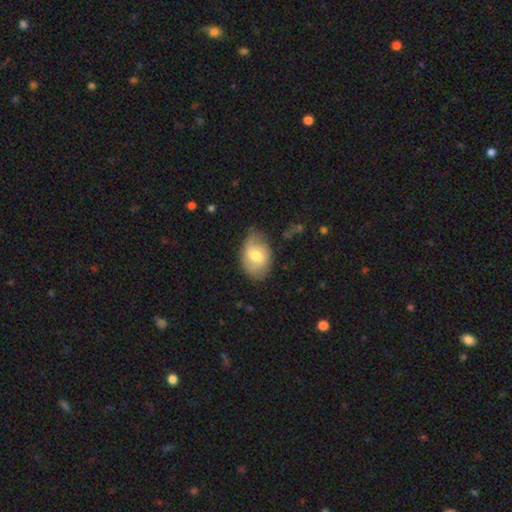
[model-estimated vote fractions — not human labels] Smooth or featured? Predicted: smooth (p=0.60). How rounded? Predicted: in between (p=0.82). Merging? Predicted: none (p=0.68).